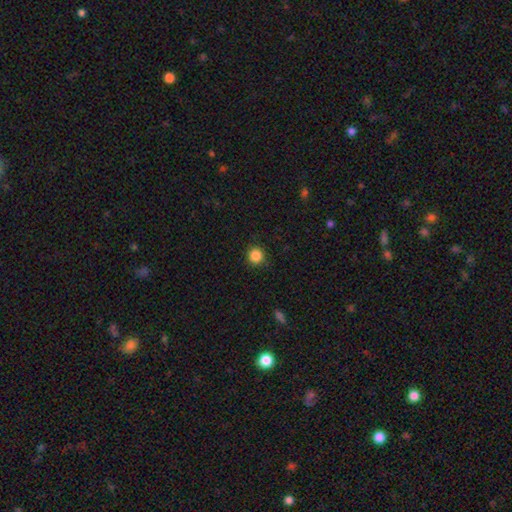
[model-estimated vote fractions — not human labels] Overall: smooth (86%). How rounded: round (93%). Merging: none (90%).